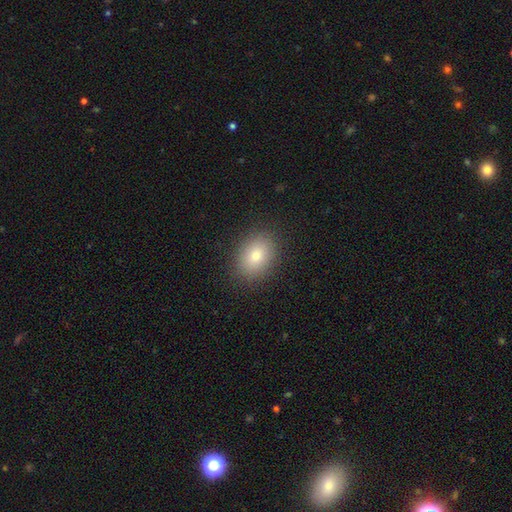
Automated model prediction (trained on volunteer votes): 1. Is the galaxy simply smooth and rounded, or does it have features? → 82% smooth, 10% star or artifact, 8% featured or disk.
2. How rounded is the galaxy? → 69% in between, 30% round, 1% cigar-shaped.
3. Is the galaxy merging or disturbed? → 89% none, 8% minor disturbance, 2% major disturbance, 1% merger.